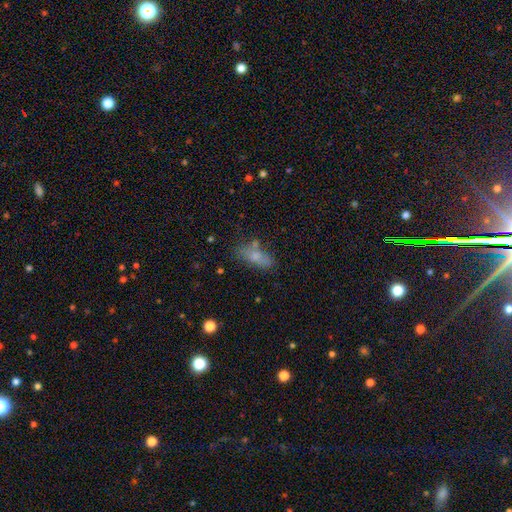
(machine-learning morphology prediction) smooth 72%, featured or disk 18%, star or artifact 10%. Down the decision tree: how rounded — in between (76%); merging — none (58%).